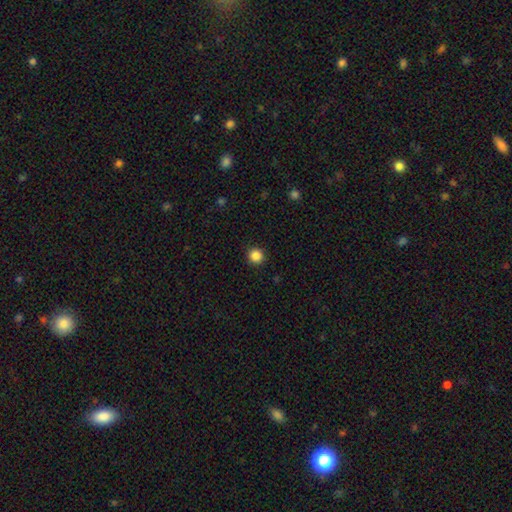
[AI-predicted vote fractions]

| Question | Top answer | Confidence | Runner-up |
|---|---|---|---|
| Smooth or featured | smooth | 86% | star or artifact (11%) |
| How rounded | round | 94% | in between (5%) |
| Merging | none | 92% | minor disturbance (5%) |